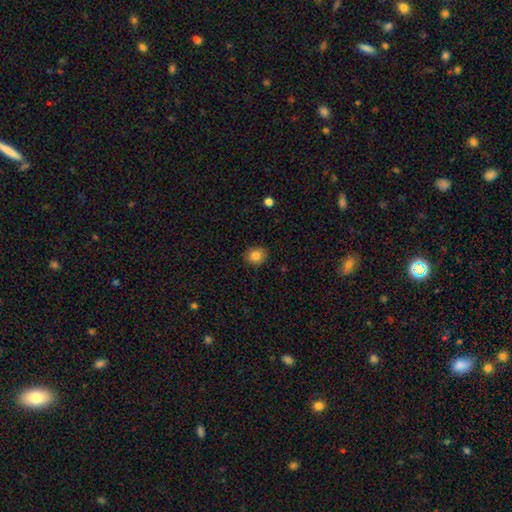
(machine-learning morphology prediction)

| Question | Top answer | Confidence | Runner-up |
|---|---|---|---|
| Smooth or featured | smooth | 85% | star or artifact (10%) |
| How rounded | round | 76% | in between (23%) |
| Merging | none | 85% | minor disturbance (11%) |